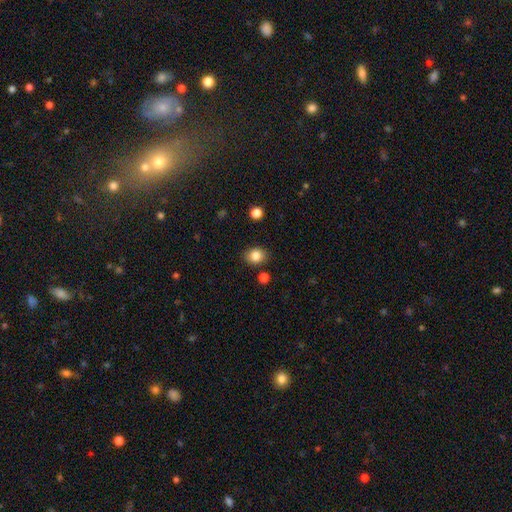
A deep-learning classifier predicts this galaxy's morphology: Smooth or featured? smooth (84%)
How rounded? round (56%)
Merging? none (85%)